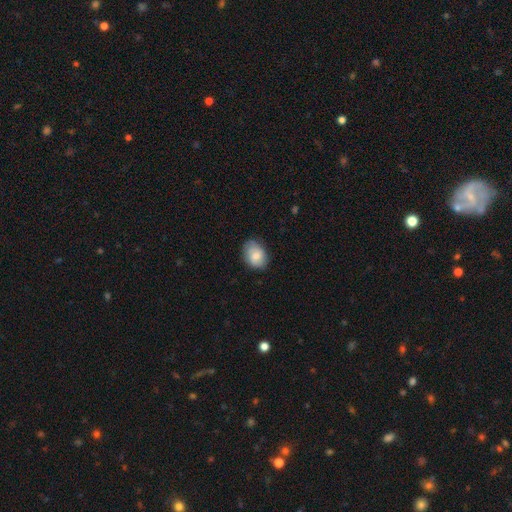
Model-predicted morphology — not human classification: Smooth or featured: smooth — 71% (featured or disk — 22%)
How rounded: in between — 69% (round — 30%)
Merging: none — 73% (minor disturbance — 21%)